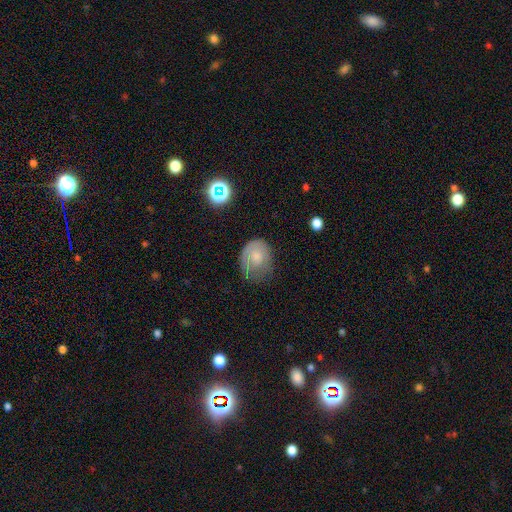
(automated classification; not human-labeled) This appears to be a smooth galaxy with no disk features (65%) that is round (53%). Merging: none (43%).